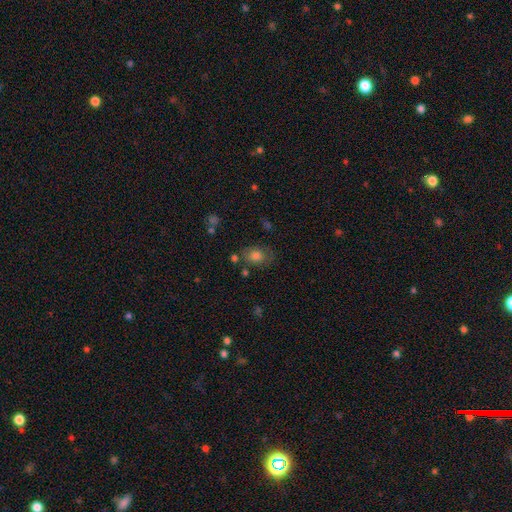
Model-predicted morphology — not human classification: Smooth or featured: smooth — 75% (featured or disk — 14%)
How rounded: in between — 66% (round — 33%)
Merging: none — 66% (minor disturbance — 20%)